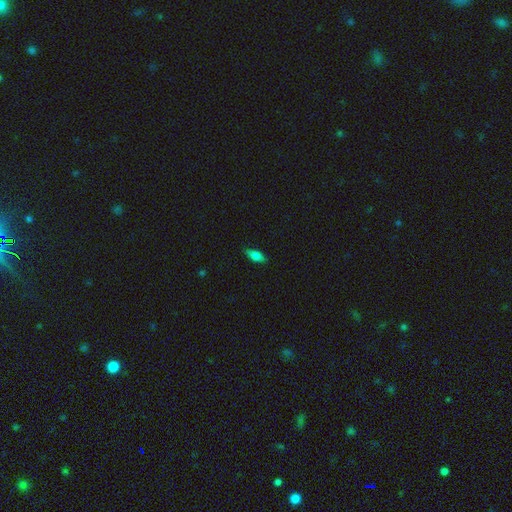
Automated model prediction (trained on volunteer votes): smooth 78%, featured or disk 13%, star or artifact 9%. Down the decision tree: how rounded — in between (77%); merging — none (81%).